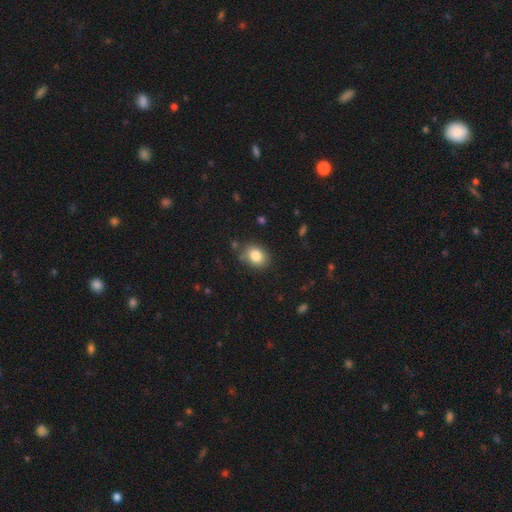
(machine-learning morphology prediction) Overall: smooth (83%). How rounded: in between (61%; round 38%). Merging: none (82%).